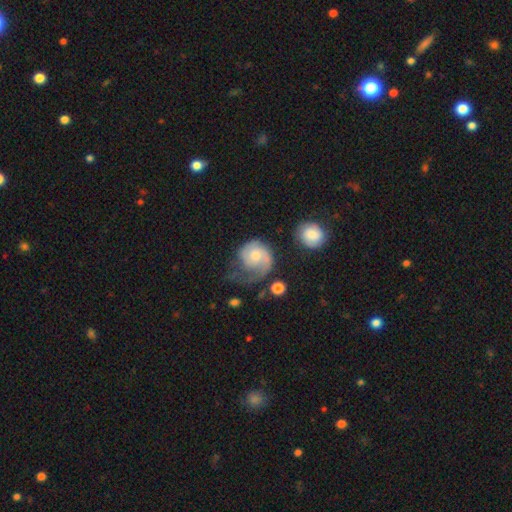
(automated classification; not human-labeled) smooth-or-featured: featured or disk: 64% | smooth: 30% | star or artifact: 6%
  disk-edge-on: no: 98% | yes: 2%
    bar: no: 73% | weak: 24% | strong: 3%
    has-spiral-arms: yes: 88% | no: 12%
      spiral-winding: tight: 38% | medium: 36% | loose: 26%
      spiral-arm-count: 1: 58% | 2: 27% | can't tell: 11% | 3: 2% | 4: 1% | more than 4: 1%
    bulge-size: moderate: 60% | small: 28% | large: 8% | none: 3% | dominant: 2%
  merging: major disturbance: 38% | none: 34% | minor disturbance: 23% | merger: 5%